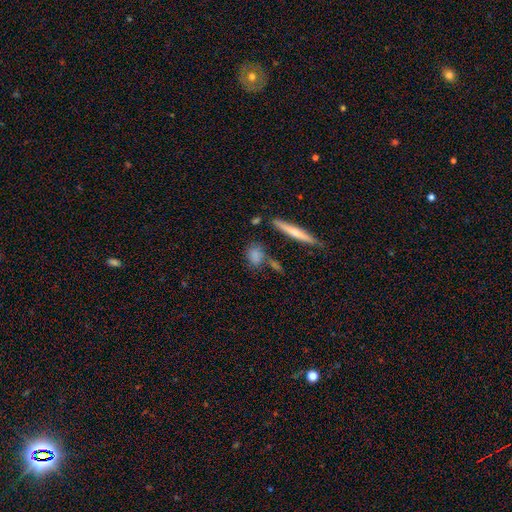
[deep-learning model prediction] smooth 71%, featured or disk 18%, star or artifact 10%. Down the decision tree: how rounded — in between (50%); merging — none (64%).